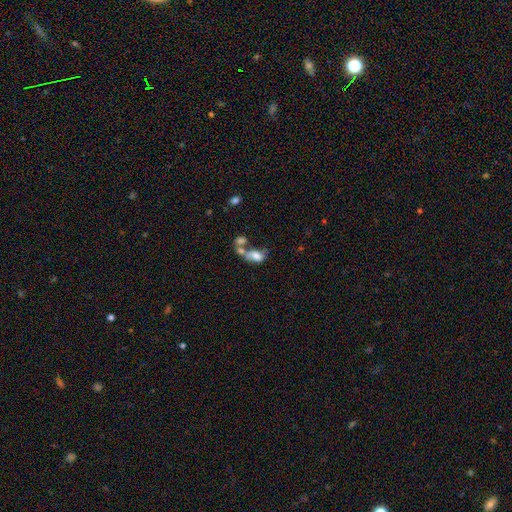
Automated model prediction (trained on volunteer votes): A smooth galaxy with no disk features (65%) that is in between round and cigar-shaped (86%).

Vote fractions:
- Smooth or featured? smooth: 65% / featured or disk: 24% / star or artifact: 11%
- How rounded? in between: 86% / round: 11% / cigar-shaped: 3%
- Merging? merger: 56% / none: 17% / major disturbance: 16% / minor disturbance: 11%